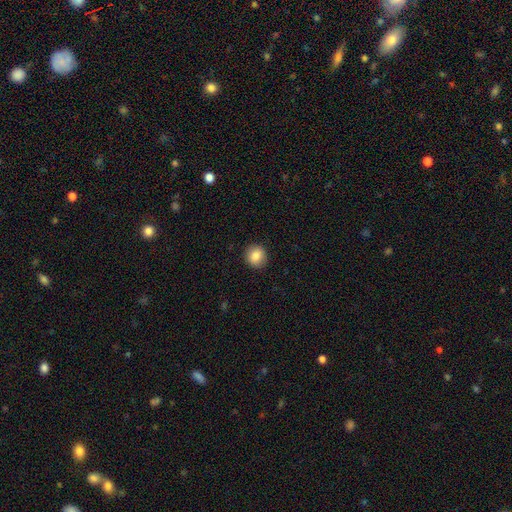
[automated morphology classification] A smooth galaxy with no disk features (85%) that is round (89%).

Vote fractions:
- Smooth or featured? smooth: 85% / star or artifact: 9% / featured or disk: 6%
- How rounded? round: 89% / in between: 10% / cigar-shaped: 1%
- Merging? none: 91% / minor disturbance: 6% / major disturbance: 2% / merger: 1%